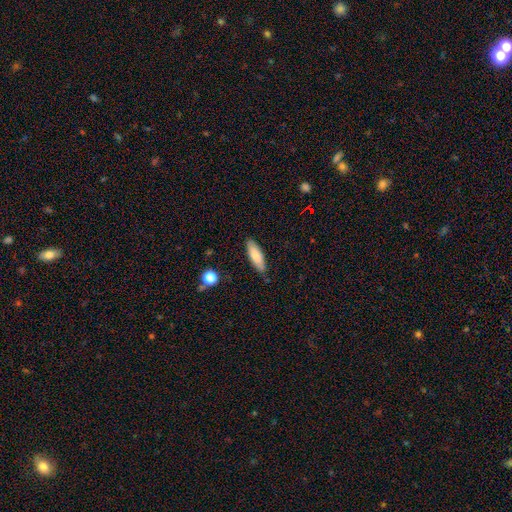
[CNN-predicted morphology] Smooth or featured? smooth (78%)
How rounded? in between (51%)
Merging? none (83%)